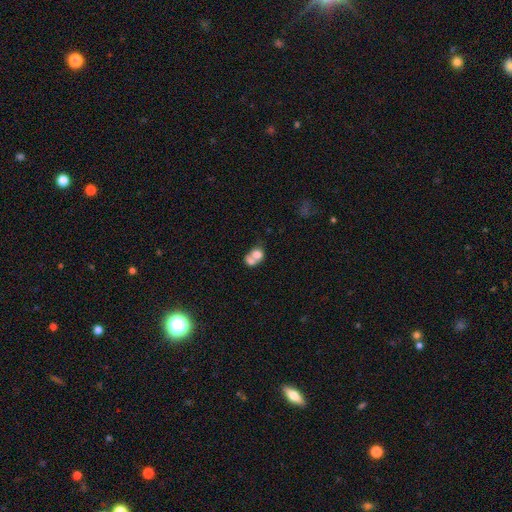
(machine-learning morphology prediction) smooth_or_featured: smooth (p=0.70) [alt: featured or disk p=0.21]
how_rounded: round (p=0.51) [alt: in between p=0.48]
merging: merger (p=0.67) [alt: none p=0.19]